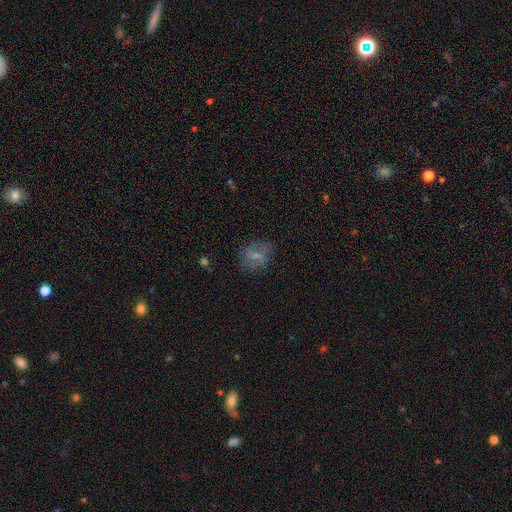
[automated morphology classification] This appears to be a smooth galaxy with no disk features (56%) that is in between round and cigar-shaped (53%). Merging: none (74%).